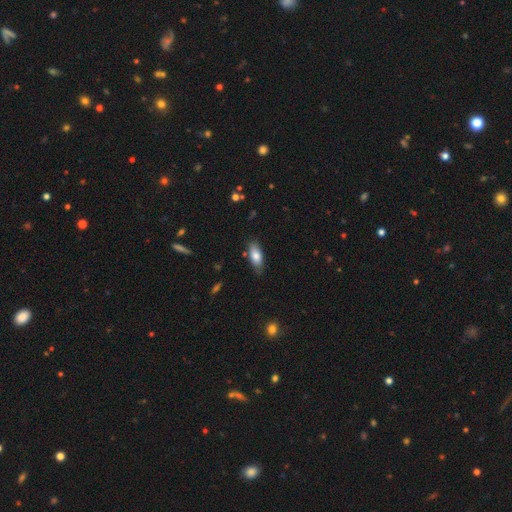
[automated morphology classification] type=smooth (78%); roundness=in between (81%); merging=none (78%).